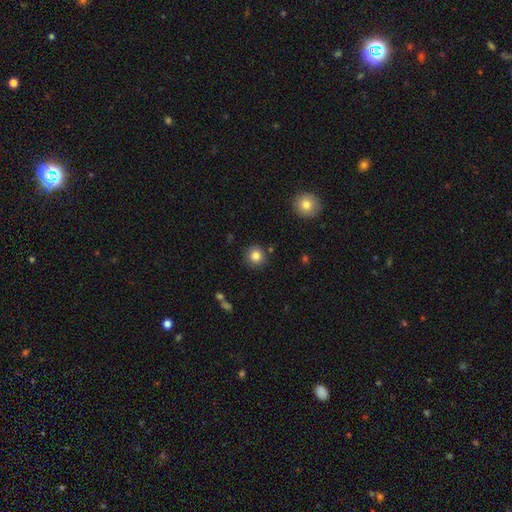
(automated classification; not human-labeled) smooth 83%, star or artifact 10%, featured or disk 7%. Down the decision tree: how rounded — round (92%); merging — none (87%).